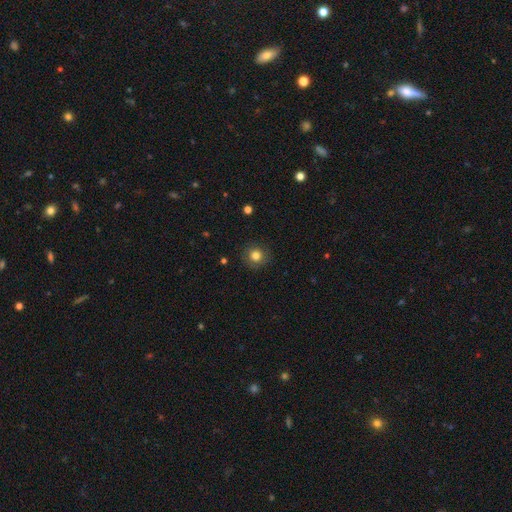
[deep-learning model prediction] smooth_or_featured: smooth (p=0.80) [alt: star or artifact p=0.12]
how_rounded: round (p=0.92) [alt: in between p=0.07]
merging: none (p=0.87) [alt: minor disturbance p=0.09]